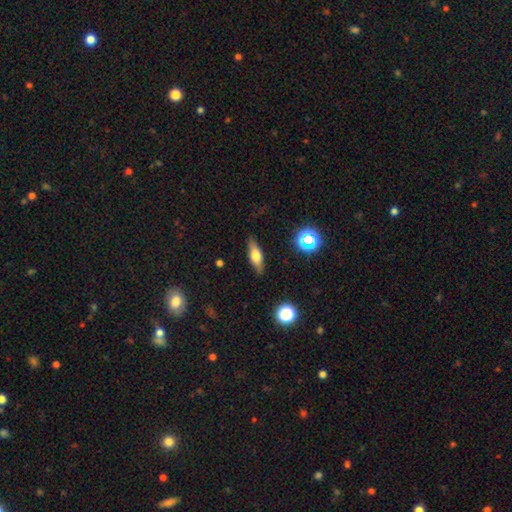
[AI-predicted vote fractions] smooth-or-featured: smooth: 51% | featured or disk: 40% | star or artifact: 9%
  how-rounded: in between: 51% | cigar-shaped: 44% | round: 5%
  merging: none: 86% | minor disturbance: 10% | major disturbance: 2% | merger: 1%